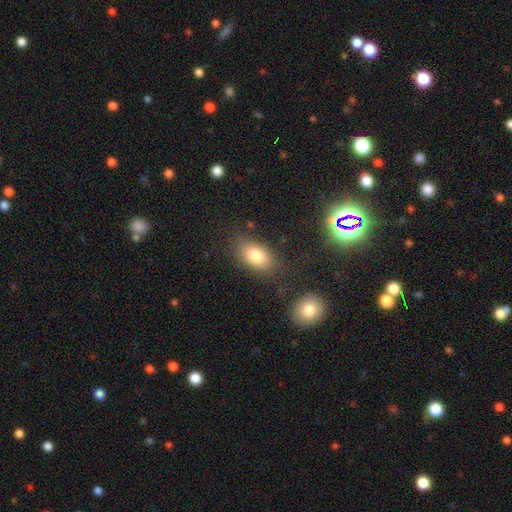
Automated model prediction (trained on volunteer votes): Smooth or featured? Predicted: smooth (p=0.81). How rounded? Predicted: in between (p=0.87). Merging? Predicted: none (p=0.77).